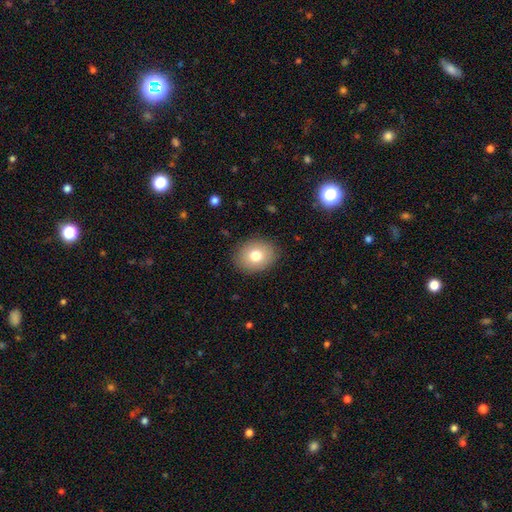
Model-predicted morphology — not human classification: smooth 76%, featured or disk 14%, star or artifact 10%. Down the decision tree: how rounded — round (52%); merging — none (88%).